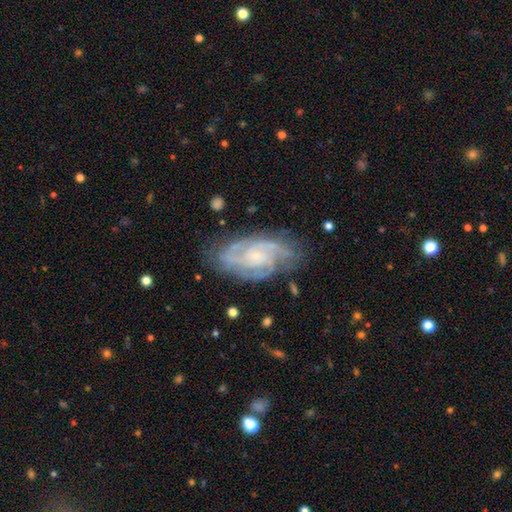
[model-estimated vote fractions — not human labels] Morphology: type=featured or disk (88%); edge-on=no (96%); bar=no (63%); spiral arms=yes (98%); winding=tight (59%); arm count=2 (43%); bulge=small (72%); merging=none (74%).